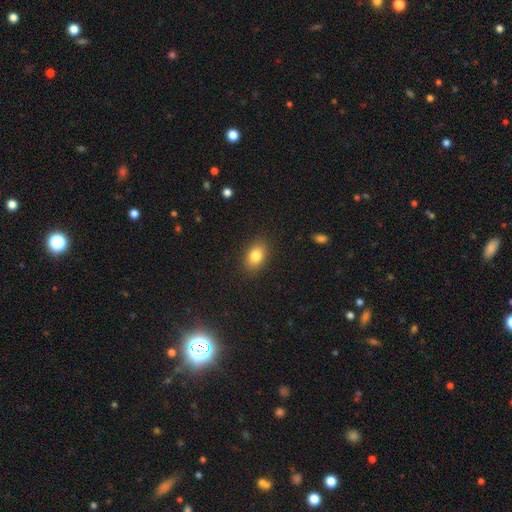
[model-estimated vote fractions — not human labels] This is clearly a smooth galaxy (83%). How rounded: clearly in between (83%). Merging: clearly none (87%).